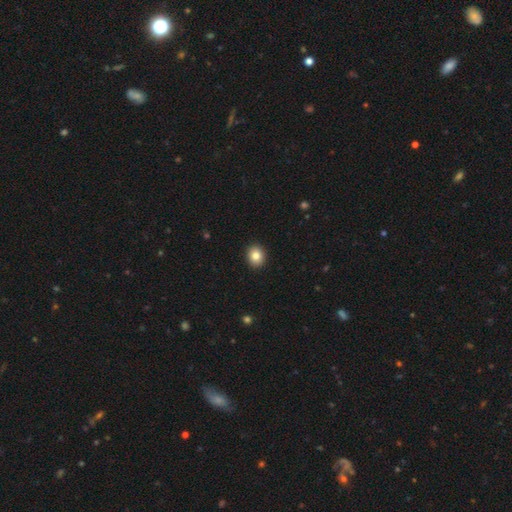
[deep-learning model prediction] A smooth galaxy with no disk features (84%) that is round (70%).

Vote fractions:
- Smooth or featured? smooth: 84% / star or artifact: 9% / featured or disk: 7%
- How rounded? round: 70% / in between: 29% / cigar-shaped: 1%
- Merging? none: 92% / minor disturbance: 5% / major disturbance: 1% / merger: 1%